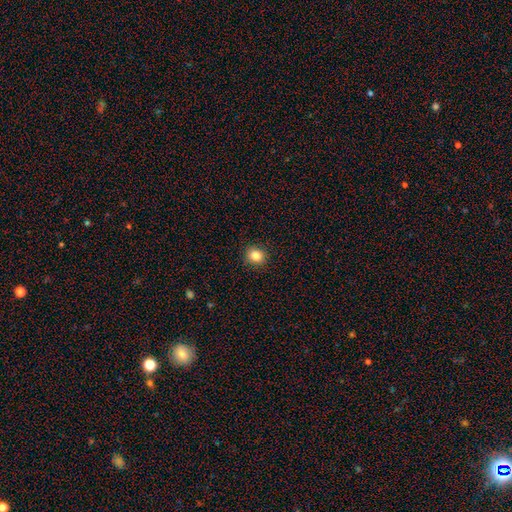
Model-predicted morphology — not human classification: Smooth or featured? smooth (84%)
How rounded? round (79%)
Merging? none (91%)